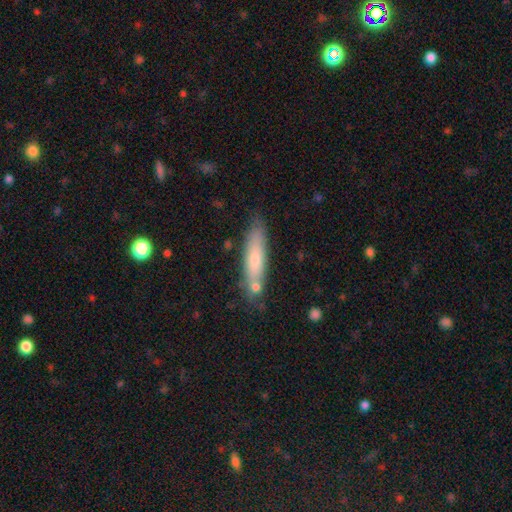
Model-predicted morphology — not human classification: Overall: smooth (67%). How rounded: cigar-shaped (81%). Merging: none (75%).